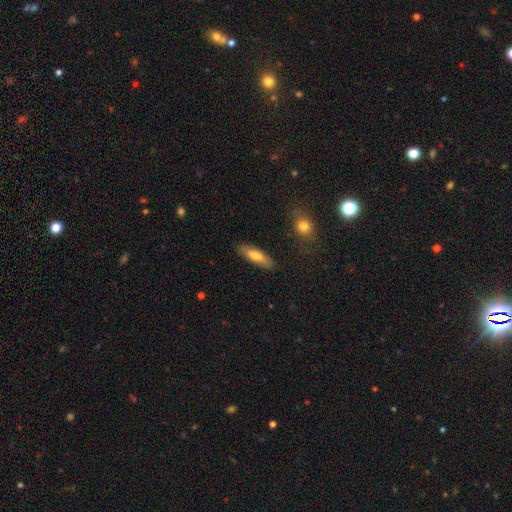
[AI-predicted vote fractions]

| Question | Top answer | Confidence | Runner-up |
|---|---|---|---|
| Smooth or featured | smooth | 69% | featured or disk (25%) |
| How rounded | cigar-shaped | 53% | in between (45%) |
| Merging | none | 86% | minor disturbance (10%) |